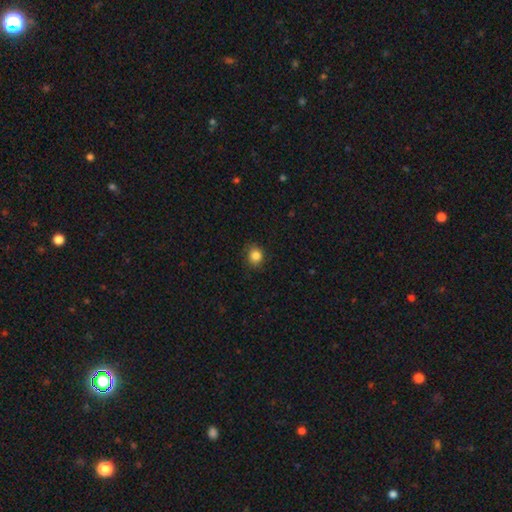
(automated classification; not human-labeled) A smooth galaxy with no disk features (85%) that is round (78%).

Vote fractions:
- Smooth or featured? smooth: 85% / star or artifact: 11% / featured or disk: 4%
- How rounded? round: 78% / in between: 21% / cigar-shaped: 1%
- Merging? none: 83% / minor disturbance: 13% / major disturbance: 3% / merger: 1%